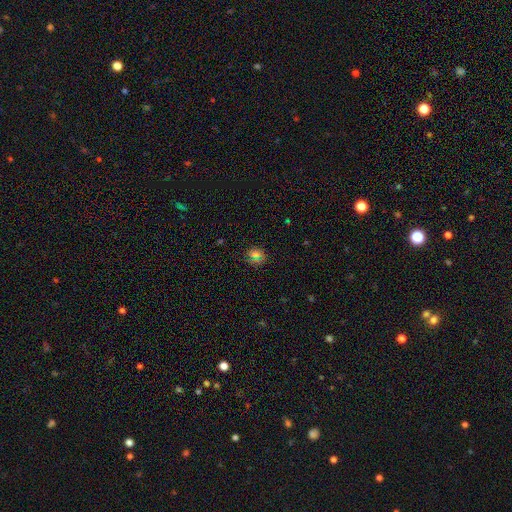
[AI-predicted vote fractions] This is likely a smooth galaxy (60%). How rounded: clearly round (81%). Merging: clearly none (86%).